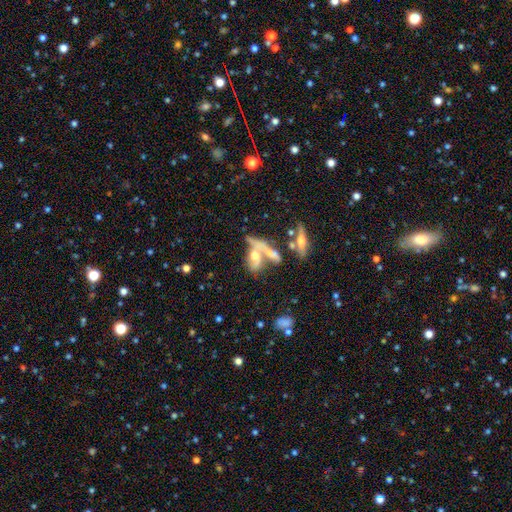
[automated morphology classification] Smooth or featured? featured or disk (45%)
Merging? merger (59%)